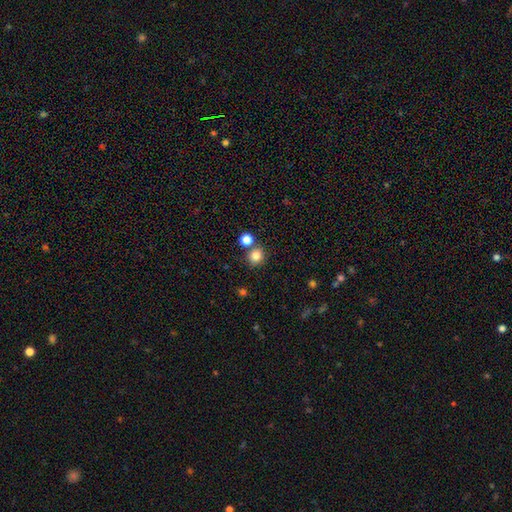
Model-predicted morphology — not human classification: Overall: smooth (83%). How rounded: round (89%). Merging: none (71%).